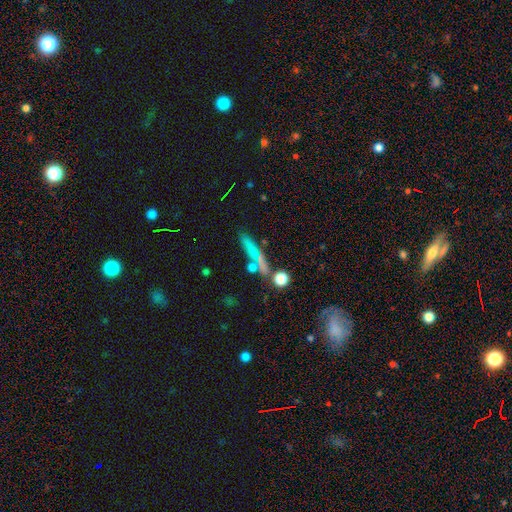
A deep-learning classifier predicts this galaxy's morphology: Smooth or featured? smooth (60%)
How rounded? cigar-shaped (77%)
Merging? none (65%)